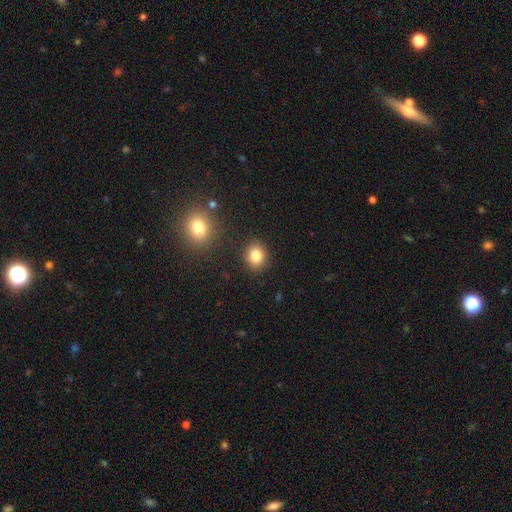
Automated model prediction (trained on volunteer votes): Smooth or featured? smooth (83%)
How rounded? round (67%)
Merging? none (86%)